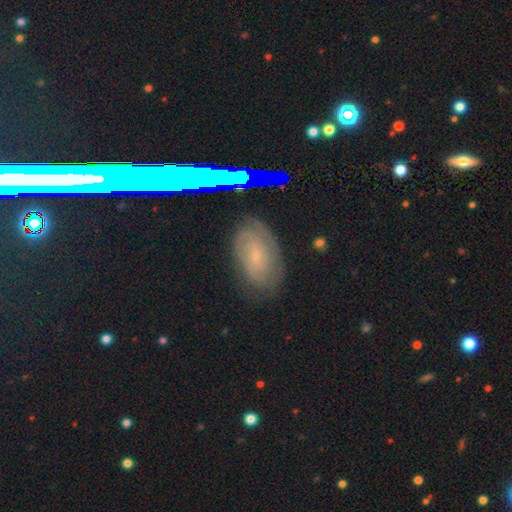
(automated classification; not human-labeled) A featured or disk galaxy (48%).

Vote fractions:
- Smooth or featured? featured or disk: 48% / smooth: 36% / star or artifact: 16%
- Merging? none: 78% / minor disturbance: 15% / major disturbance: 5% / merger: 3%